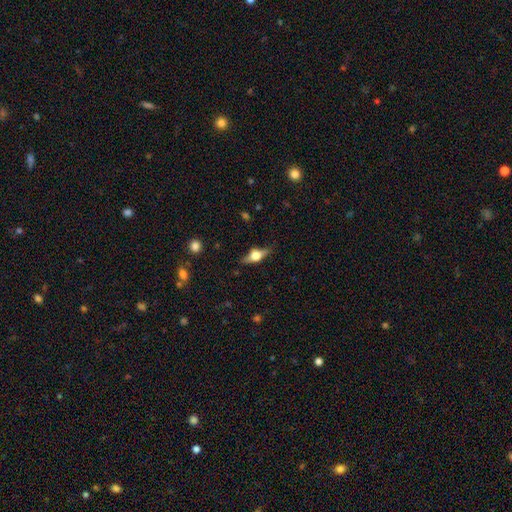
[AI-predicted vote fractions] A featured or disk galaxy (62%) viewed edge-on (95%) with a rounded central bulge (93%).

Vote fractions:
- Smooth or featured? featured or disk: 62% / smooth: 30% / star or artifact: 8%
- Edge-on disk? yes: 95% / no: 5%
- Edge-on bulge? rounded: 93% / boxy: 6% / none: 1%
- Merging? none: 82% / minor disturbance: 13% / major disturbance: 4% / merger: 1%